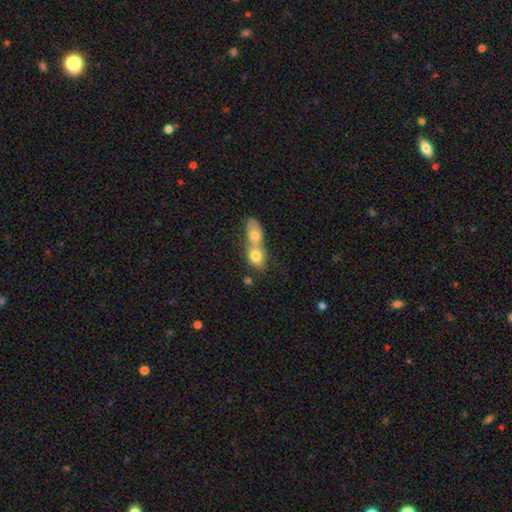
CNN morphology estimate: Smooth or featured: smooth — 75% (featured or disk — 17%)
How rounded: in between — 56% (round — 40%)
Merging: merger — 77% (none — 15%)